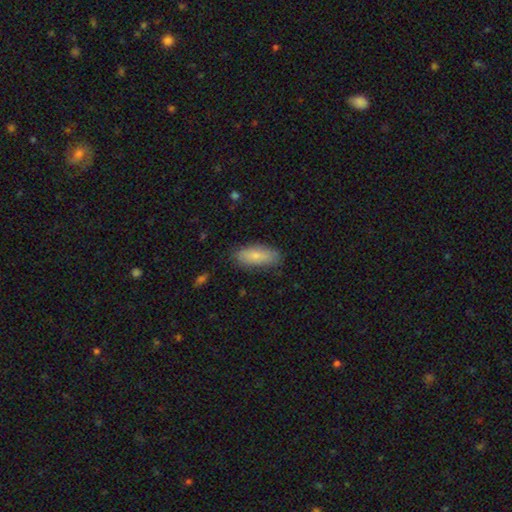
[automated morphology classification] smooth_or_featured: smooth (p=0.79) [alt: featured or disk p=0.15]
how_rounded: in between (p=0.77) [alt: cigar-shaped p=0.20]
merging: none (p=0.81) [alt: minor disturbance p=0.15]